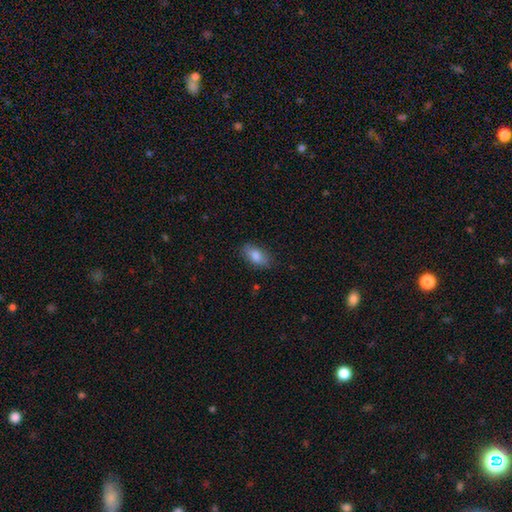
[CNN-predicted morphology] This appears to be a smooth galaxy with no disk features (83%) that is in between round and cigar-shaped (89%). Merging: none (82%).